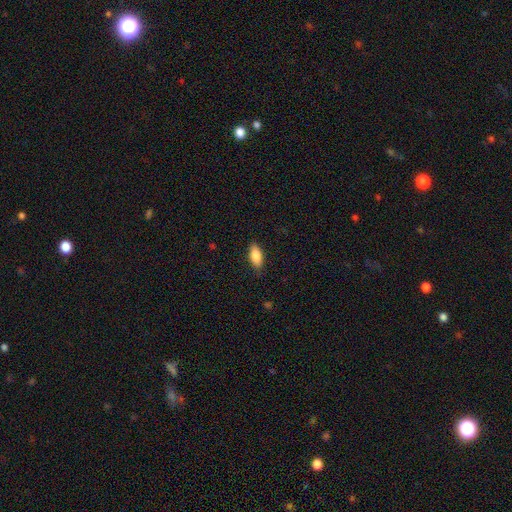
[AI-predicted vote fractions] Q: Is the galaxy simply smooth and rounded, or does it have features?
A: smooth — 83%.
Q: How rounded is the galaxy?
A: in between — 84%.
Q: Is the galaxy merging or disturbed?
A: none — 86%.